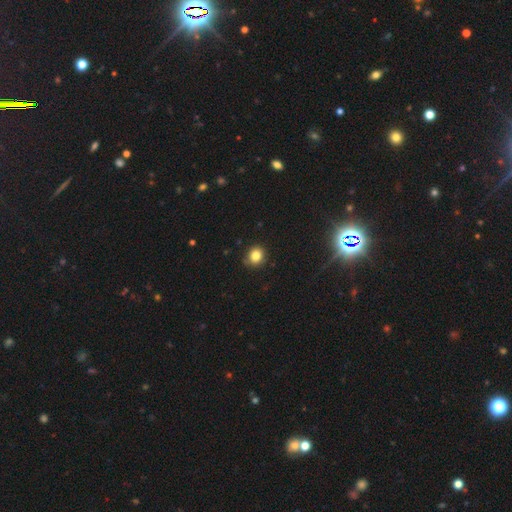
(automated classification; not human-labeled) Smooth or featured: smooth — 82% (star or artifact — 12%)
How rounded: round — 84% (in between — 15%)
Merging: none — 84% (minor disturbance — 12%)